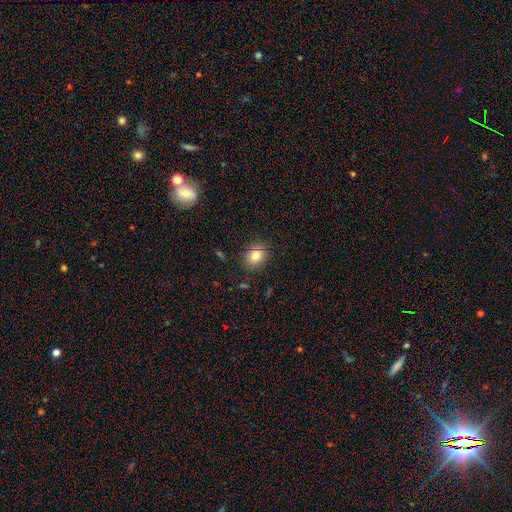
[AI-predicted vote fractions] Smooth or featured: smooth — 81% (star or artifact — 10%)
How rounded: round — 55% (in between — 44%)
Merging: none — 86% (minor disturbance — 10%)